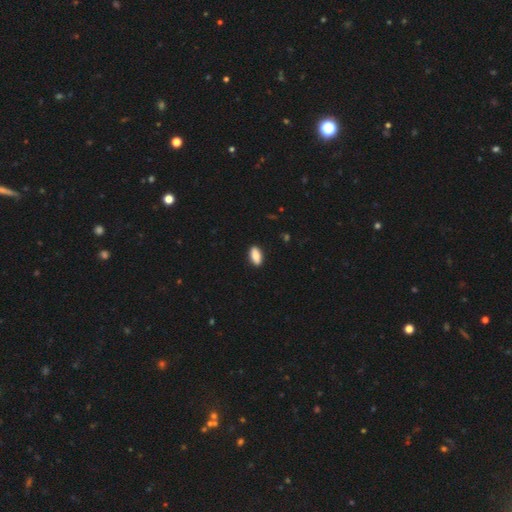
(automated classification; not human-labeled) Smooth or featured? Predicted: smooth (p=0.87). How rounded? Predicted: in between (p=0.89). Merging? Predicted: none (p=0.90).